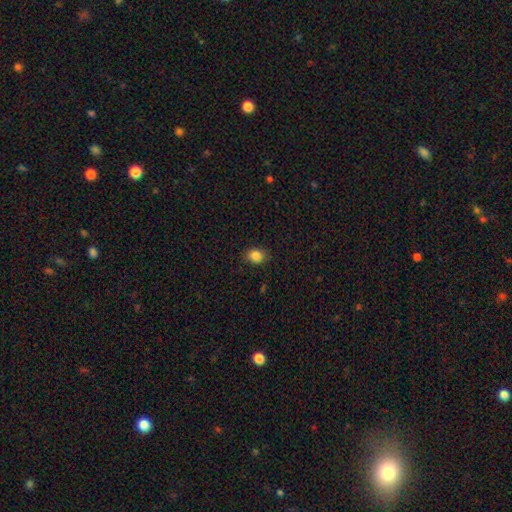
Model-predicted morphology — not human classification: smooth_or_featured: smooth (p=0.85) [alt: star or artifact p=0.10]
how_rounded: in between (p=0.54) [alt: round p=0.45]
merging: none (p=0.86) [alt: minor disturbance p=0.11]